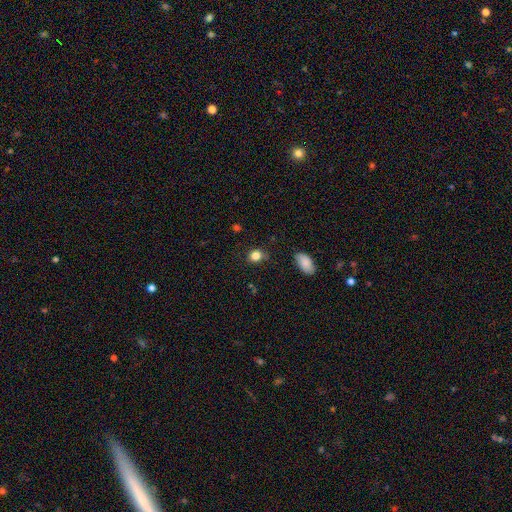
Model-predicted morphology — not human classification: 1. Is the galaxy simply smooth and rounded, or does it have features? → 84% smooth, 11% star or artifact, 5% featured or disk.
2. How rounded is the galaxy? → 63% round, 36% in between, 1% cigar-shaped.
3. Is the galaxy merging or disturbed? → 76% none, 17% minor disturbance, 4% major disturbance, 2% merger.